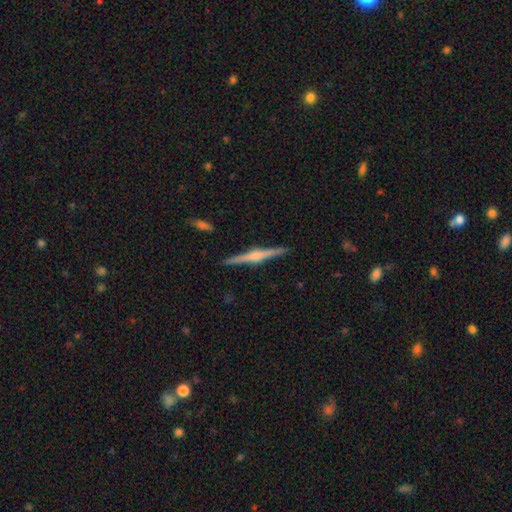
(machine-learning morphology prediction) A featured or disk galaxy (79%) viewed edge-on (98%) with a rounded central bulge (80%). Merging: none (92%).